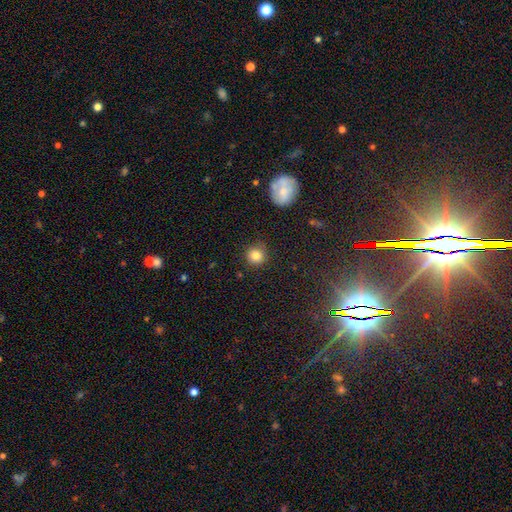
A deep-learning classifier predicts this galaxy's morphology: A smooth galaxy with no disk features (83%) that is round (91%).

Vote fractions:
- Smooth or featured? smooth: 83% / star or artifact: 11% / featured or disk: 6%
- How rounded? round: 91% / in between: 8% / cigar-shaped: 1%
- Merging? none: 84% / minor disturbance: 11% / major disturbance: 3% / merger: 2%